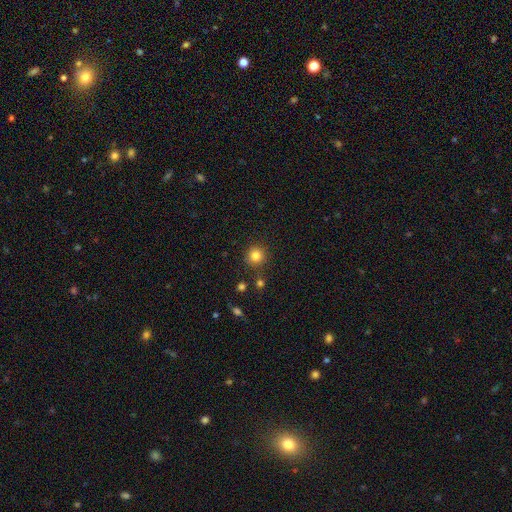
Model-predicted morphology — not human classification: Smooth or featured: smooth — 82% (star or artifact — 12%)
How rounded: round — 94% (in between — 5%)
Merging: none — 87% (minor disturbance — 7%)